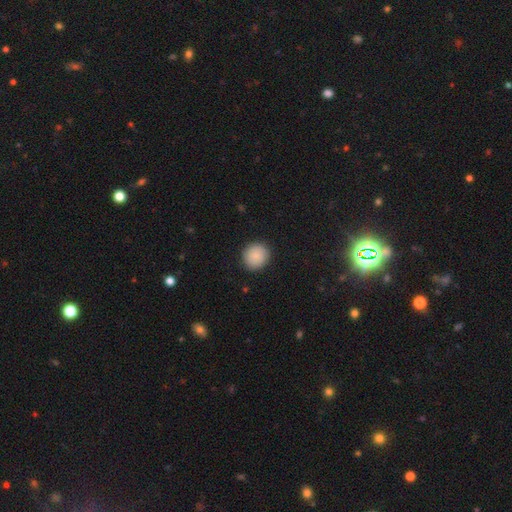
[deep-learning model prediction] Smooth or featured?
  - smooth: 88% *
  - star or artifact: 8%
  - featured or disk: 4%
How rounded?
  - round: 91% *
  - in between: 8%
  - cigar-shaped: 1%
Merging?
  - none: 91% *
  - minor disturbance: 6%
  - major disturbance: 2%
  - merger: 1%